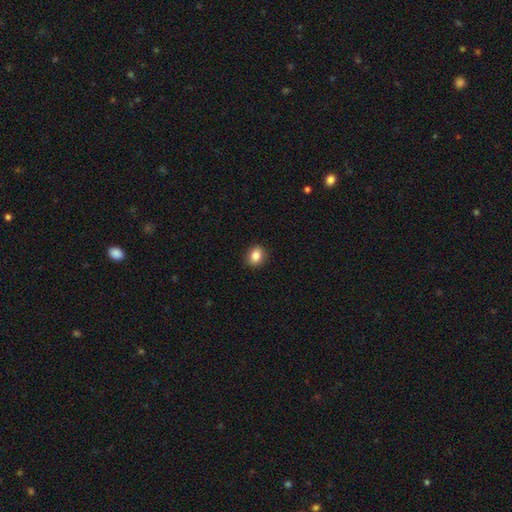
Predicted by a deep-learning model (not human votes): smooth-or-featured: smooth: 86% | star or artifact: 9% | featured or disk: 5%
  how-rounded: round: 51% | in between: 48% | cigar-shaped: 1%
  merging: none: 90% | minor disturbance: 7% | major disturbance: 2% | merger: 1%